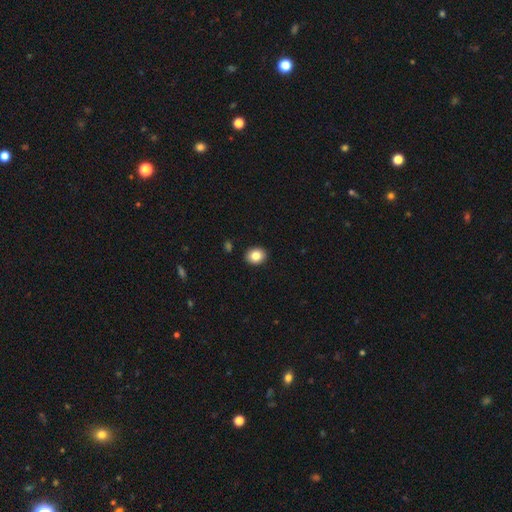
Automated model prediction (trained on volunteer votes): Smooth or featured? Predicted: smooth (p=0.84). How rounded? Predicted: round (p=0.53). Merging? Predicted: none (p=0.91).